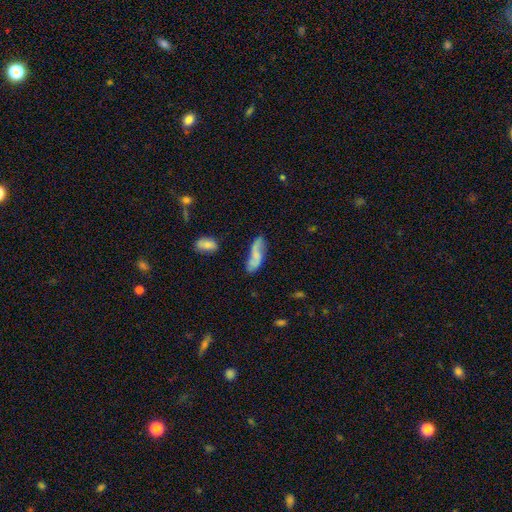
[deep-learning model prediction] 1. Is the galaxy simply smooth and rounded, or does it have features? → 47% smooth, 46% featured or disk, 8% star or artifact.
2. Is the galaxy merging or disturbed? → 61% none, 25% minor disturbance, 8% major disturbance, 6% merger.